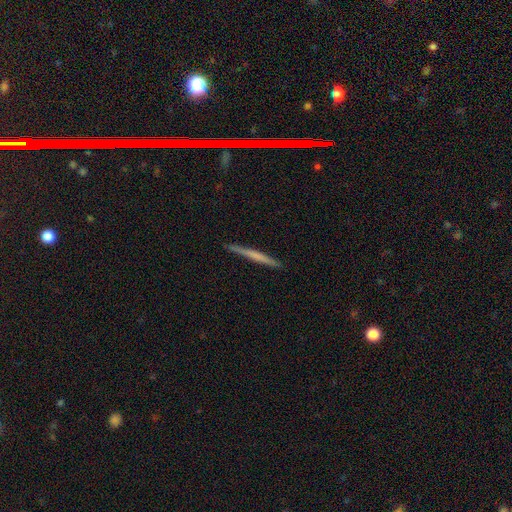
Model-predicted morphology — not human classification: A featured or disk galaxy (47%, tied with smooth). Merging: none (91%).